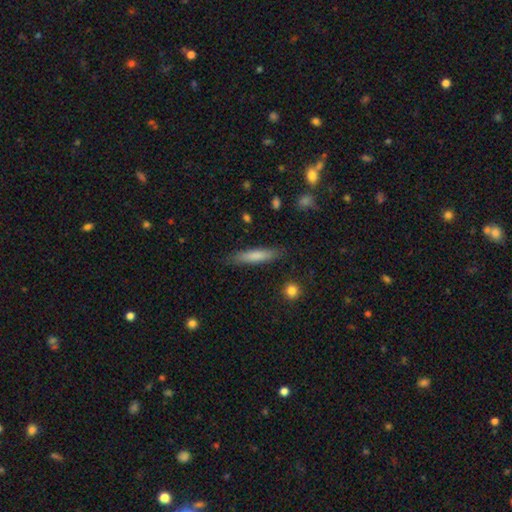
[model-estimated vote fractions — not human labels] smooth_or_featured: smooth (p=0.76) [alt: featured or disk p=0.18]
how_rounded: cigar-shaped (p=0.84) [alt: in between p=0.14]
merging: none (p=0.84) [alt: minor disturbance p=0.12]